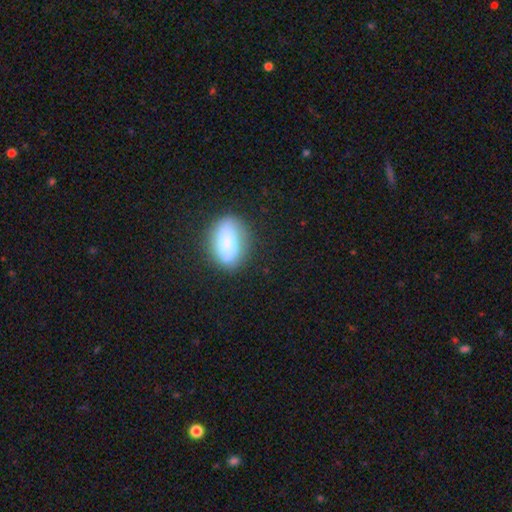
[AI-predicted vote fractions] This is likely a smooth galaxy (68%). How rounded: clearly in between (81%). Merging: clearly none (83%).